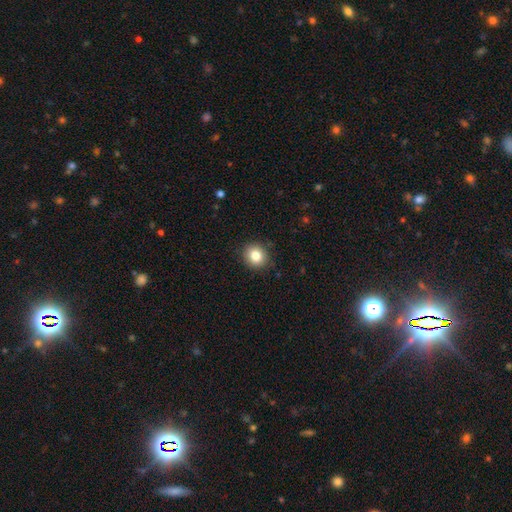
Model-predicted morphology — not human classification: Smooth or featured: smooth — 82% (star or artifact — 10%)
How rounded: round — 84% (in between — 15%)
Merging: none — 89% (minor disturbance — 8%)